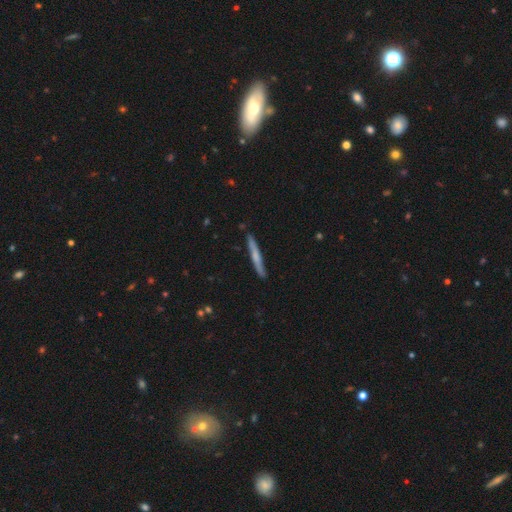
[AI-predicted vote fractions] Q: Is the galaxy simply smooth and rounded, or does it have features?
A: smooth — 50%.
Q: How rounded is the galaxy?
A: cigar-shaped — 96%.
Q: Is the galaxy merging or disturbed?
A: none — 88%.